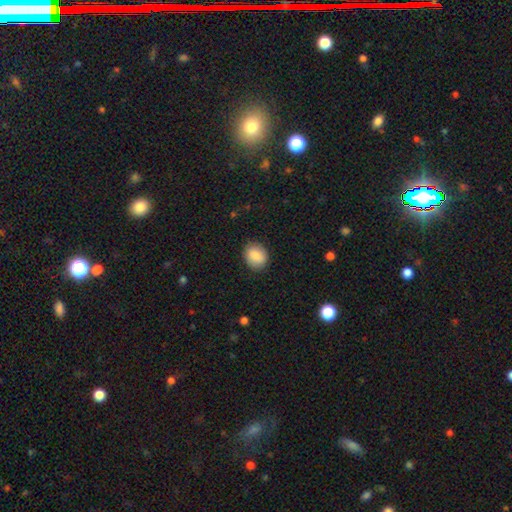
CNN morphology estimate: Overall: smooth (87%). How rounded: round (52%; in between 47%). Merging: none (87%).